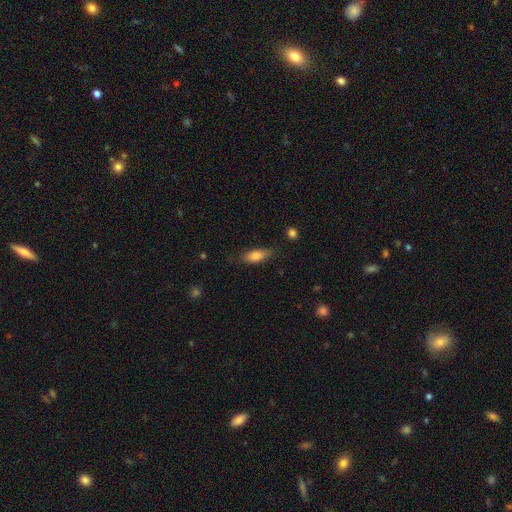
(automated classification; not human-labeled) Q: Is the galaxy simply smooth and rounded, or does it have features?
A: smooth — 81%.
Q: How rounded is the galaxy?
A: in between — 75%.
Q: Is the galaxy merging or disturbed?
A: none — 76%.